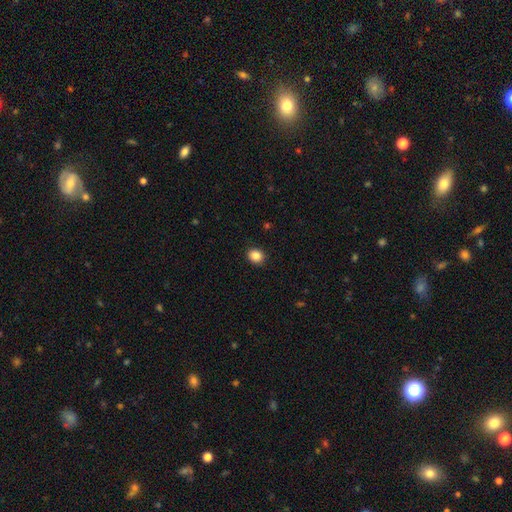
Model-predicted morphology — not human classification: Smooth or featured? smooth (87%)
How rounded? round (67%)
Merging? none (91%)